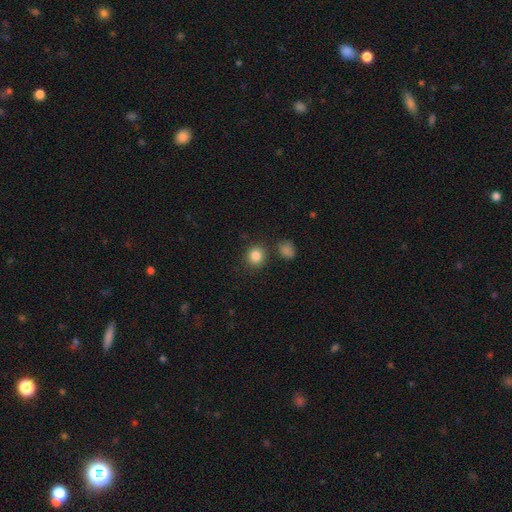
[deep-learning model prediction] Smooth or featured? Predicted: smooth (p=0.85). How rounded? Predicted: round (p=0.80). Merging? Predicted: none (p=0.81).